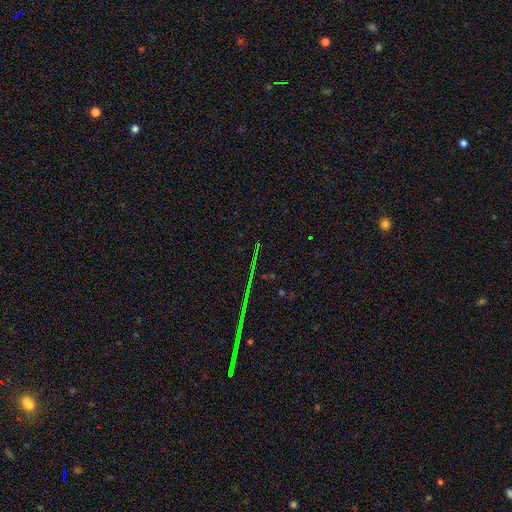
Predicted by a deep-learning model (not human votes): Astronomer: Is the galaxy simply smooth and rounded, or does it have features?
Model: star or artifact — 81%.